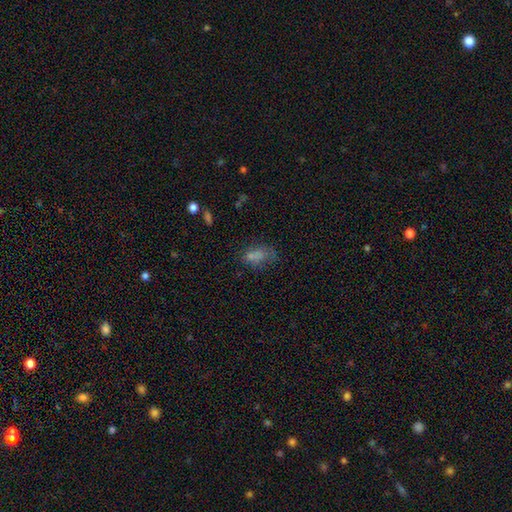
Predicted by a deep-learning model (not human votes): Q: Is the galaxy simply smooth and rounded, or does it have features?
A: smooth — 70%.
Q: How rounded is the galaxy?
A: in between — 84%.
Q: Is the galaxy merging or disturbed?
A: none — 42%.